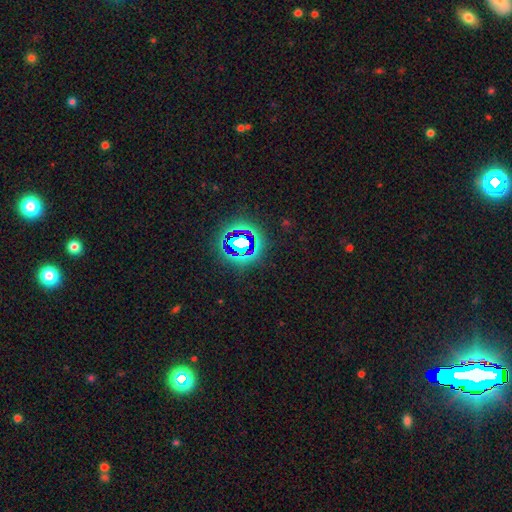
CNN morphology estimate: Q: Smooth or featured?
A: star or artifact (75%); runner-up: smooth (16%)